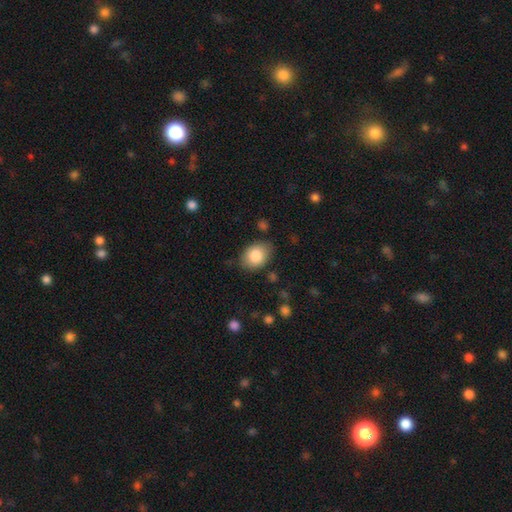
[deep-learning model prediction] smooth 85%, featured or disk 8%, star or artifact 7%. Down the decision tree: how rounded — in between (72%); merging — none (80%).